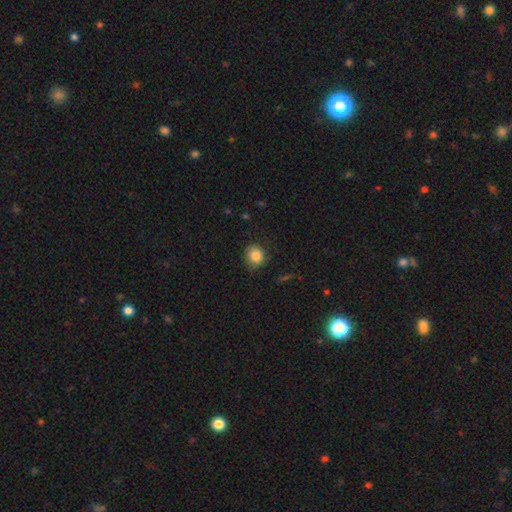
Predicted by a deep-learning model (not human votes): Smooth or featured?
  - smooth: 84% *
  - star or artifact: 10%
  - featured or disk: 7%
How rounded?
  - round: 81% *
  - in between: 18%
  - cigar-shaped: 1%
Merging?
  - none: 78% *
  - minor disturbance: 17%
  - major disturbance: 4%
  - merger: 1%